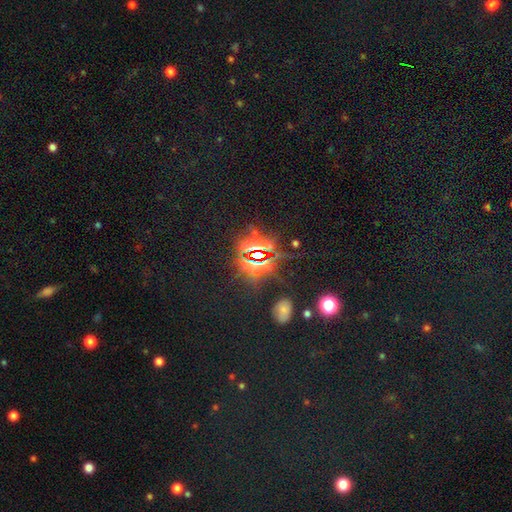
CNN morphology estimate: This appears to be a star or artifact, not a galaxy (81%).